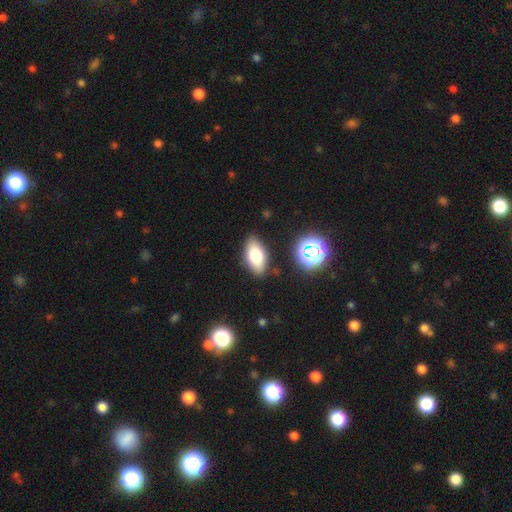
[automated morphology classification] This is likely a smooth galaxy (74%). How rounded: clearly in between (89%). Merging: clearly none (85%).